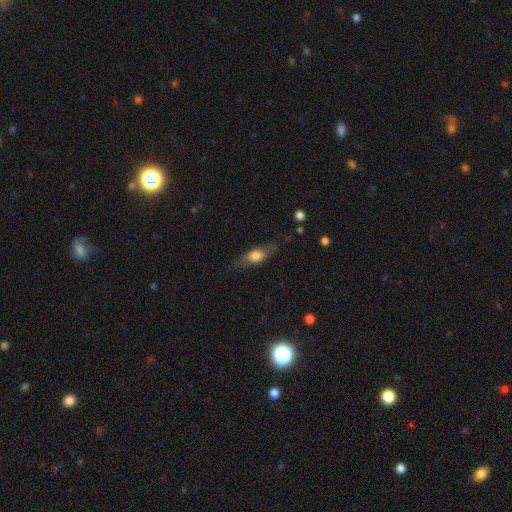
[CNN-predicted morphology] Q: Smooth or featured?
A: smooth (52%); runner-up: featured or disk (41%)
Q: How rounded?
A: in between (50%); runner-up: cigar-shaped (44%)
Q: Merging?
A: none (74%); runner-up: minor disturbance (18%)